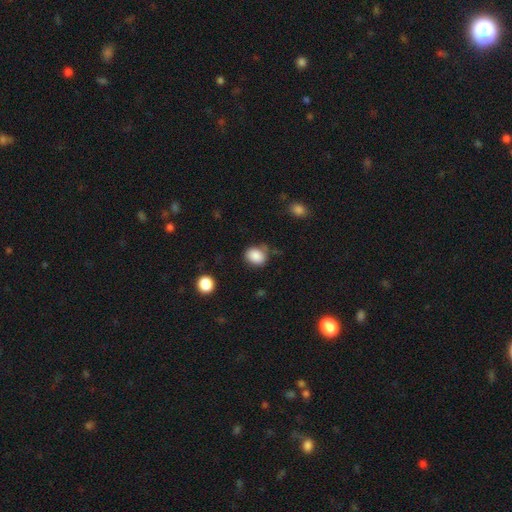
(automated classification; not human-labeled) The model was most divided on "how rounded": in between: 50%, round: 49%, cigar-shaped: 1%. More confident: smooth or featured — smooth (87%); merging — none (70%).